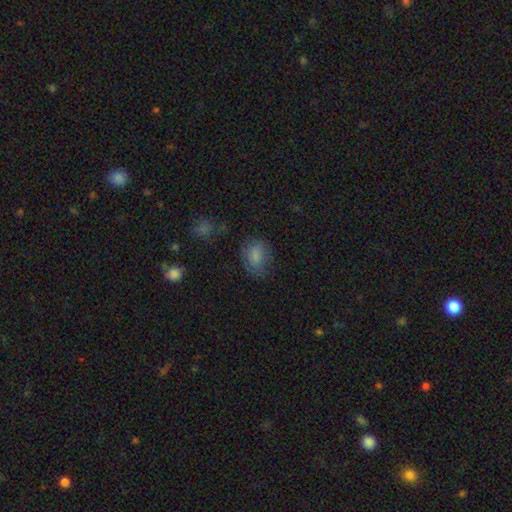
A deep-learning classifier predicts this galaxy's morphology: smooth 77%, featured or disk 13%, star or artifact 10%. Down the decision tree: how rounded — in between (69%); merging — none (65%).